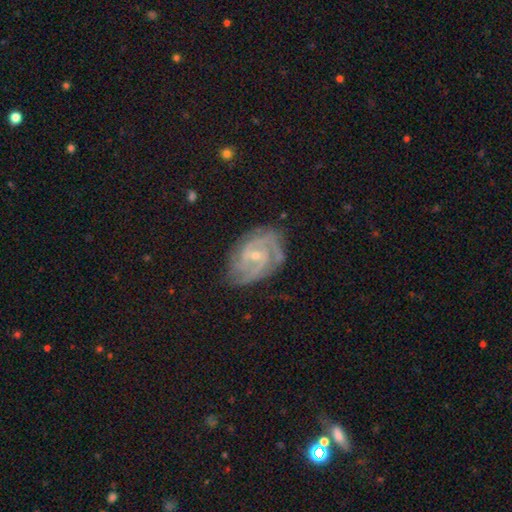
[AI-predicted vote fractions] The model was most divided on "bar": no: 48%, weak: 42%, strong: 11%. Remaining: spiral arms — yes (98%); edge-on disk — no (97%); smooth or featured — featured or disk (89%); merging — none (74%); bulge size — small (68%); spiral winding — tight (57%); spiral arm count — 2 (40%).